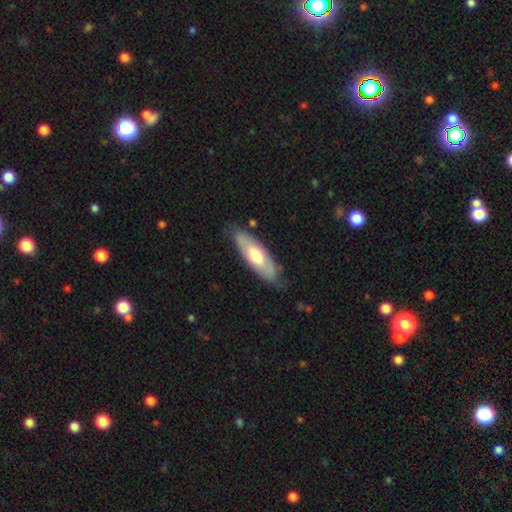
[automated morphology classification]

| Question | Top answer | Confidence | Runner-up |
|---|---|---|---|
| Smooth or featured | smooth | 55% | featured or disk (40%) |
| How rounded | in between | 61% | cigar-shaped (38%) |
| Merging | none | 76% | minor disturbance (18%) |